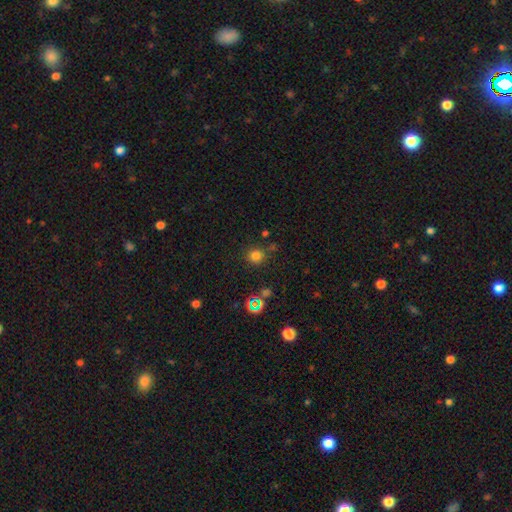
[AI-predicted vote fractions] The model was most divided on "smooth or featured": smooth: 75%, star or artifact: 19%, featured or disk: 5%. More confident: how rounded — round (91%); merging — none (80%).